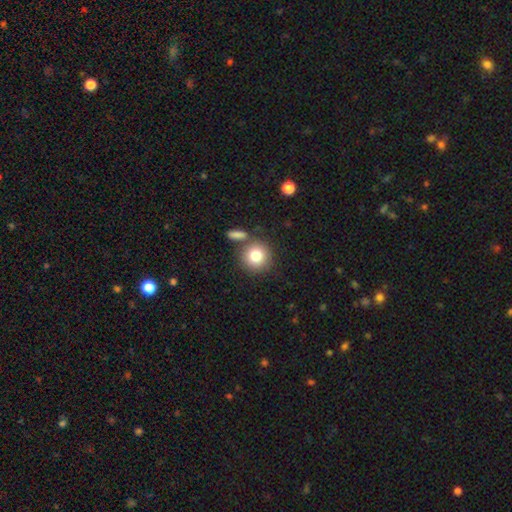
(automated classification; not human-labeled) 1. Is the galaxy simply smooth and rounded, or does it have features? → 81% smooth, 10% featured or disk, 9% star or artifact.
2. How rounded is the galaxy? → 91% round, 8% in between, 1% cigar-shaped.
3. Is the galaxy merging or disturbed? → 72% none, 16% merger, 9% minor disturbance, 3% major disturbance.